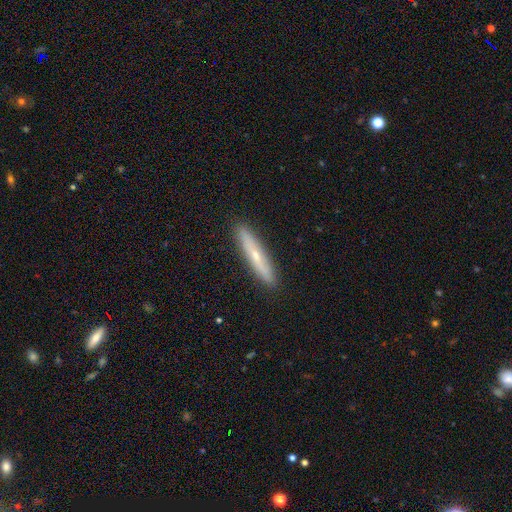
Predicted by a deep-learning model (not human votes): smooth-or-featured: featured or disk: 49% | smooth: 44% | star or artifact: 6%
  merging: none: 91% | minor disturbance: 6% | major disturbance: 1% | merger: 1%